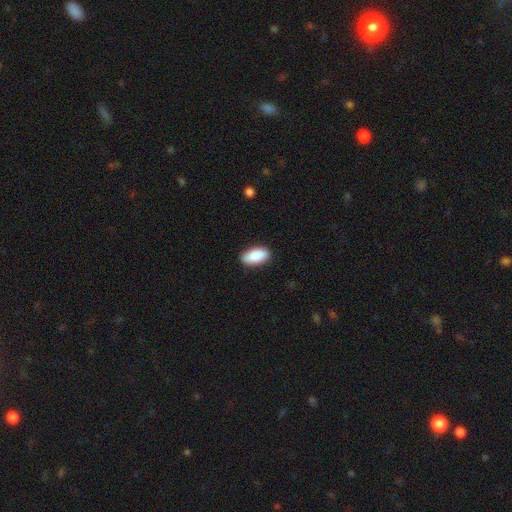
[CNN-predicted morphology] A smooth galaxy with no disk features (89%) that is in between round and cigar-shaped (93%). Merging: none (88%).